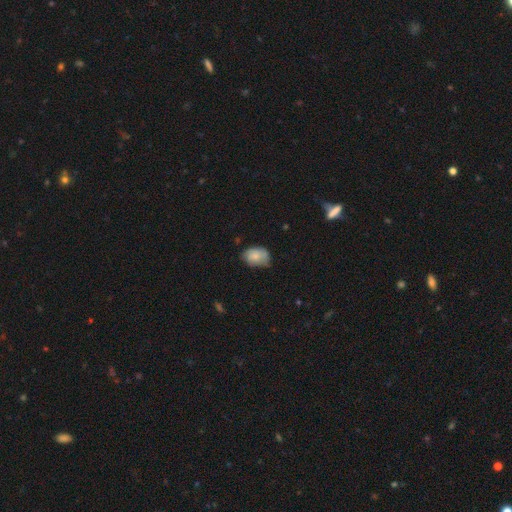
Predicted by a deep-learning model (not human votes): The model was most divided on "merging": none: 57%, minor disturbance: 34%, major disturbance: 7%, merger: 2%. More confident: how rounded — in between (80%); smooth or featured — smooth (75%).